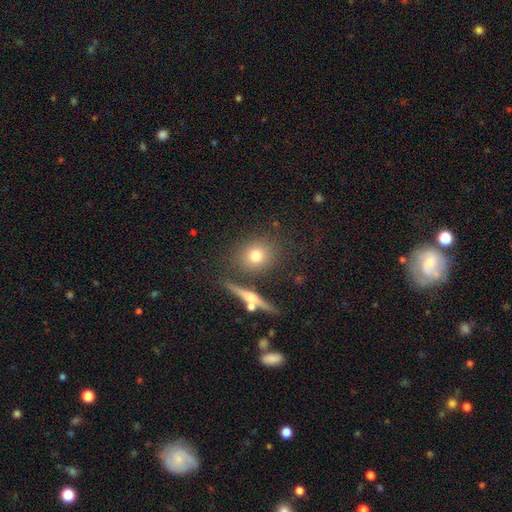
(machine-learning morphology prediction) smooth_or_featured: smooth (p=0.69) [alt: featured or disk p=0.18]
how_rounded: round (p=0.76) [alt: in between p=0.20]
merging: none (p=0.80) [alt: minor disturbance p=0.10]